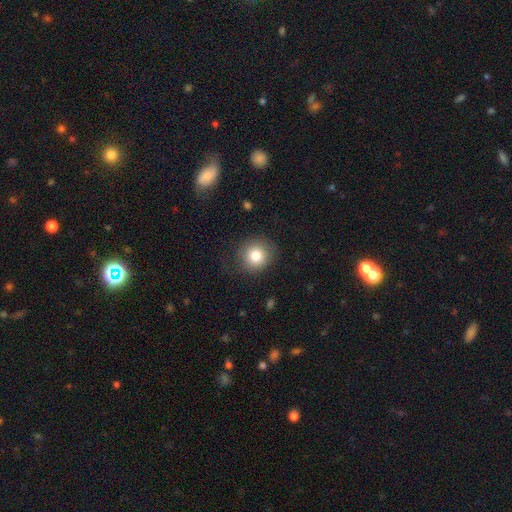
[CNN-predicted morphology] This appears to be a smooth galaxy with no disk features (81%) that is round (90%). Merging: none (85%).